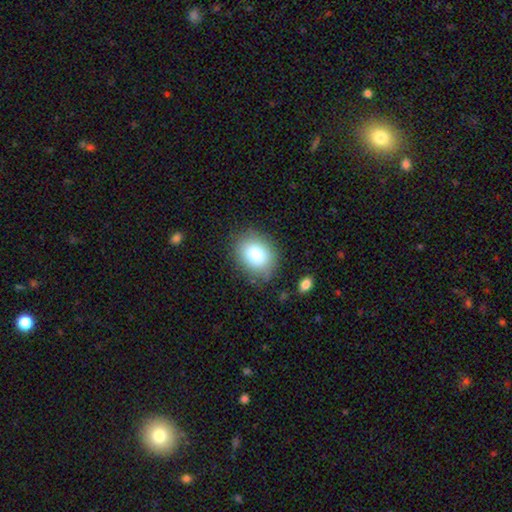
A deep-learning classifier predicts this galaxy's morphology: This appears to be a smooth galaxy with no disk features (80%) that is in between round and cigar-shaped (50%). Merging: none (81%).